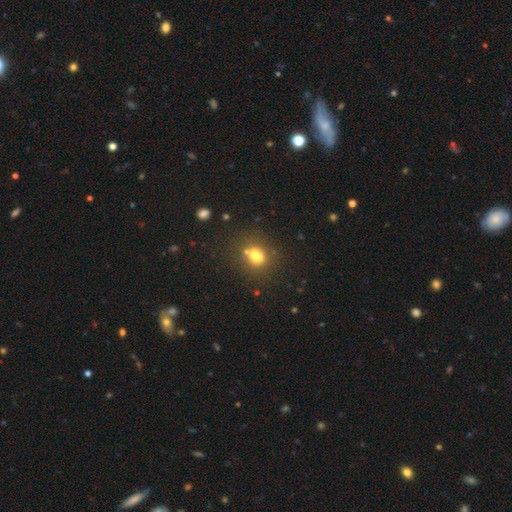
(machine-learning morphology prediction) Overall: smooth (73%). How rounded: in between (55%; round 43%). Merging: none (60%).